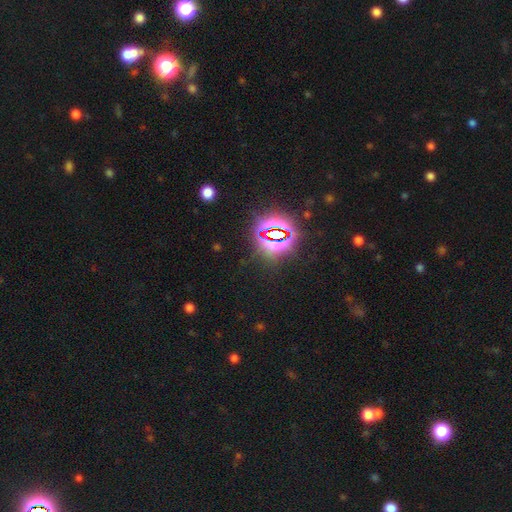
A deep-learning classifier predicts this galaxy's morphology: Smooth or featured? star or artifact (80%)